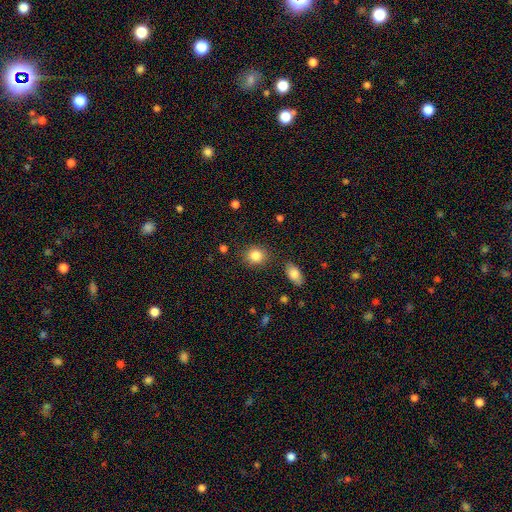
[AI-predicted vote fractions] Smooth or featured?
  - smooth: 86% *
  - star or artifact: 9%
  - featured or disk: 5%
How rounded?
  - round: 73% *
  - in between: 26%
  - cigar-shaped: 1%
Merging?
  - none: 83% *
  - minor disturbance: 10%
  - merger: 4%
  - major disturbance: 3%